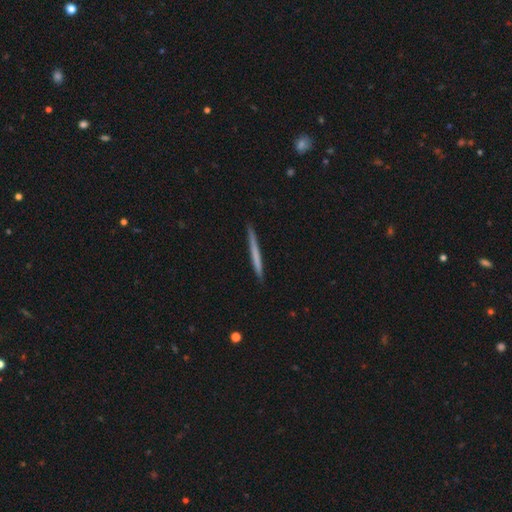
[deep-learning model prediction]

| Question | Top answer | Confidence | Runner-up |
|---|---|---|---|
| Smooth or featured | smooth | 58% | featured or disk (36%) |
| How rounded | cigar-shaped | 97% | in between (1%) |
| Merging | none | 91% | minor disturbance (7%) |